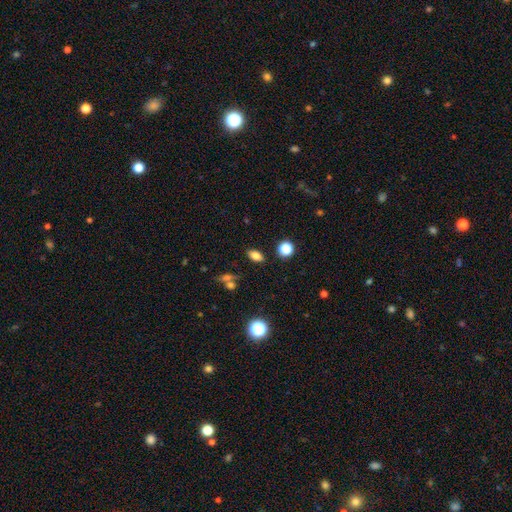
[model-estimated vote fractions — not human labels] Morphology: type=smooth (78%); roundness=in between (84%); merging=none (84%).